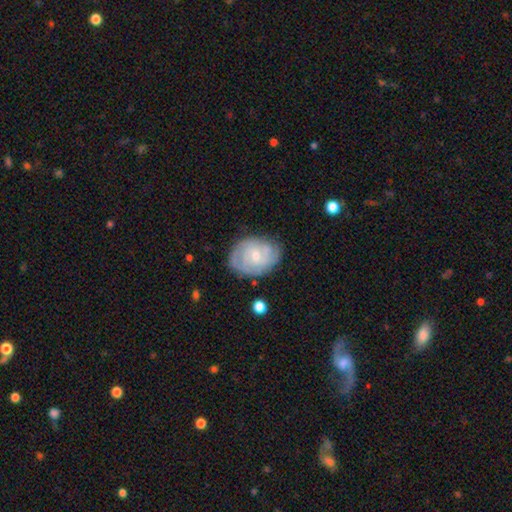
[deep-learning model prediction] Smooth or featured? featured or disk (70%)
Edge-on disk? no (97%)
Bar? no (55%)
Spiral arms? yes (85%)
Spiral winding? tight (63%)
Spiral arm count? can't tell (42%)
Bulge size? small (58%)
Merging? none (71%)